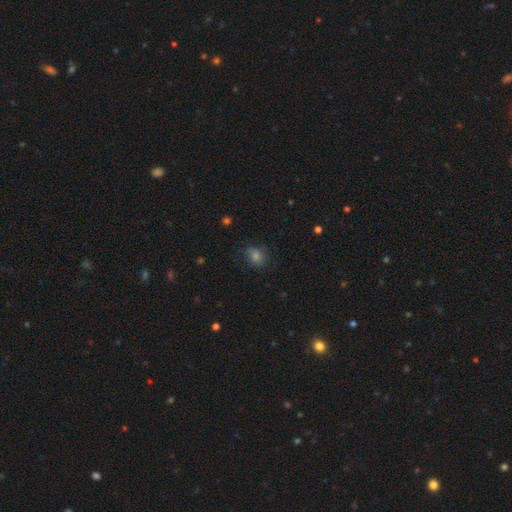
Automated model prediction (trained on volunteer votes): The model was most divided on "how rounded": round: 51%, in between: 48%, cigar-shaped: 1%. More confident: merging — none (80%); smooth or featured — smooth (71%).